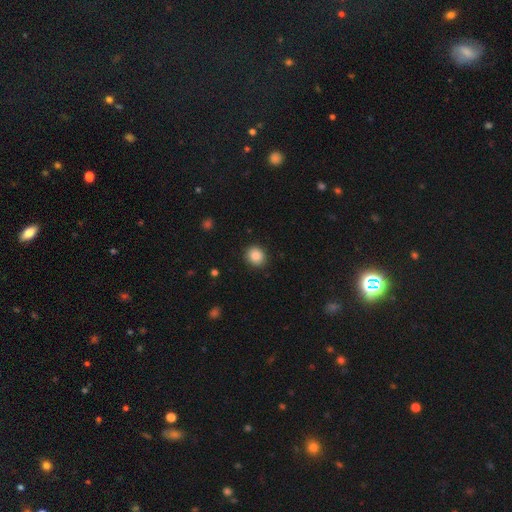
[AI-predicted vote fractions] This is clearly a smooth galaxy (87%). How rounded: clearly round (80%). Merging: clearly none (89%).